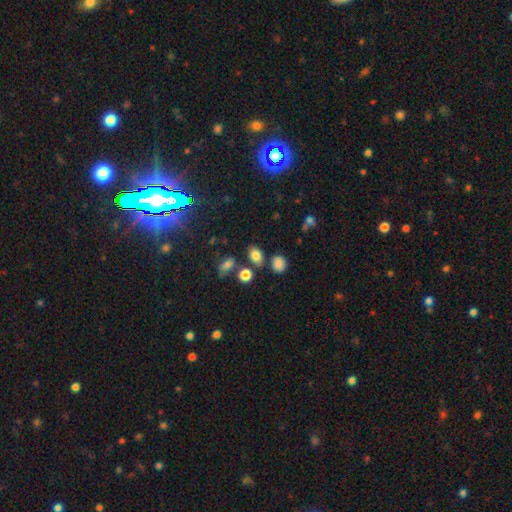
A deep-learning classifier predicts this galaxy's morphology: smooth 80%, star or artifact 13%, featured or disk 7%. Down the decision tree: how rounded — in between (75%); merging — none (73%).